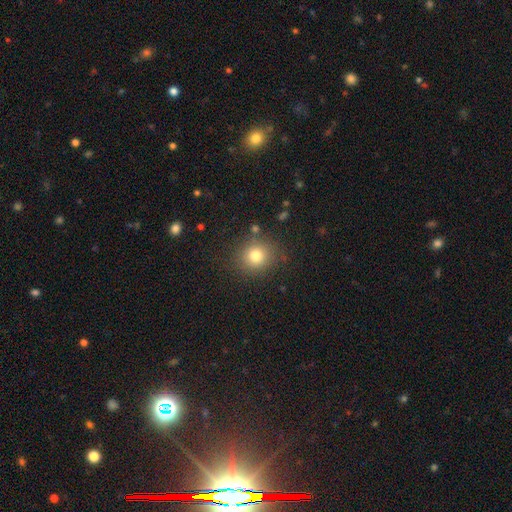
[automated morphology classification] A smooth galaxy with no disk features (78%) that is round (84%). Merging: none (85%).